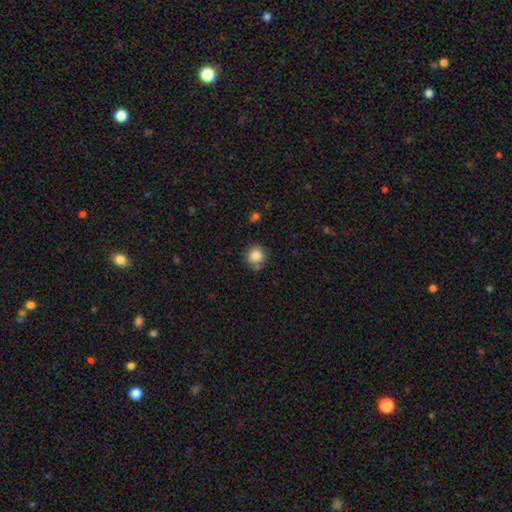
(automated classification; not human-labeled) smooth 86%, star or artifact 10%, featured or disk 4%. Down the decision tree: how rounded — round (90%); merging — none (75%).